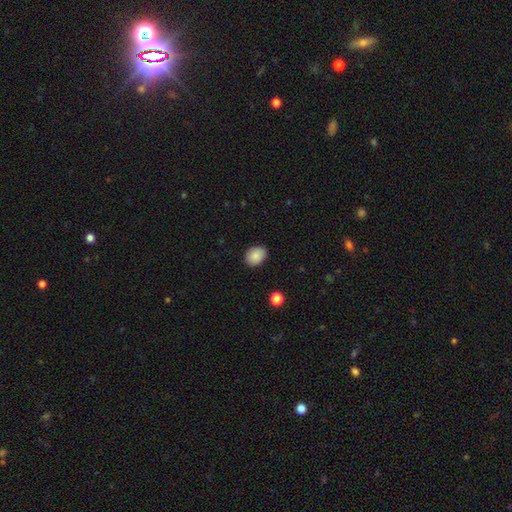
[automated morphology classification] The model was most divided on "how rounded": in between: 66%, round: 33%, cigar-shaped: 1%. More confident: smooth or featured — smooth (88%); merging — none (87%).